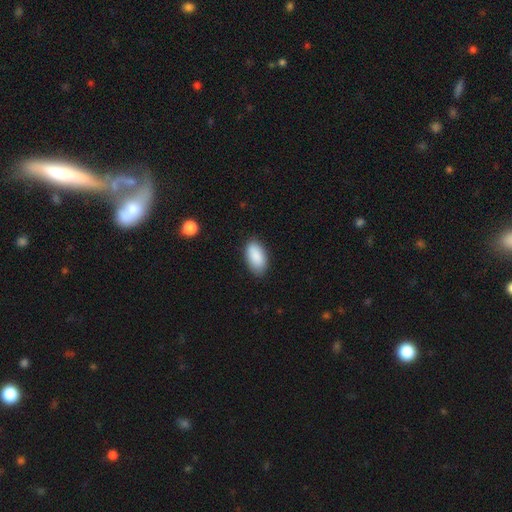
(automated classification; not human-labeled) smooth 89%, star or artifact 6%, featured or disk 5%. Down the decision tree: how rounded — in between (94%); merging — none (84%).